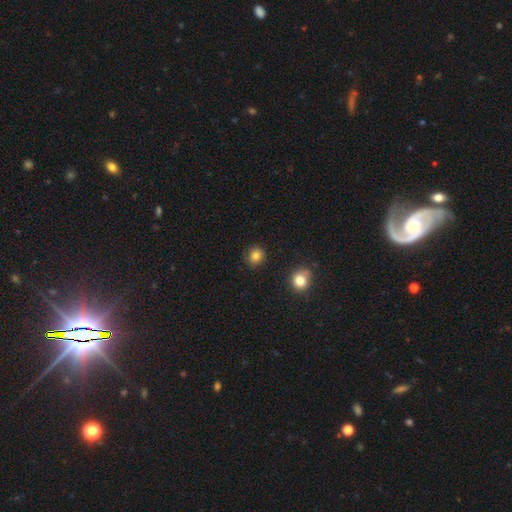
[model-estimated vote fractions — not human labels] Smooth or featured: smooth — 82% (star or artifact — 11%)
How rounded: round — 81% (in between — 18%)
Merging: none — 81% (minor disturbance — 14%)